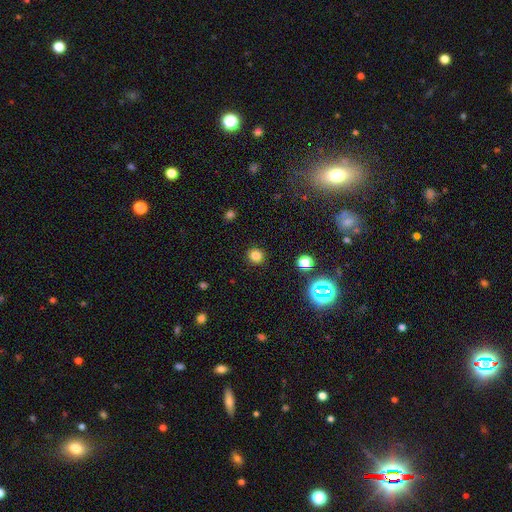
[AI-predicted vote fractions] A smooth galaxy with no disk features (79%) that is round (90%).

Vote fractions:
- Smooth or featured? smooth: 79% / star or artifact: 16% / featured or disk: 5%
- How rounded? round: 90% / in between: 9% / cigar-shaped: 1%
- Merging? none: 90% / minor disturbance: 6% / major disturbance: 2% / merger: 1%